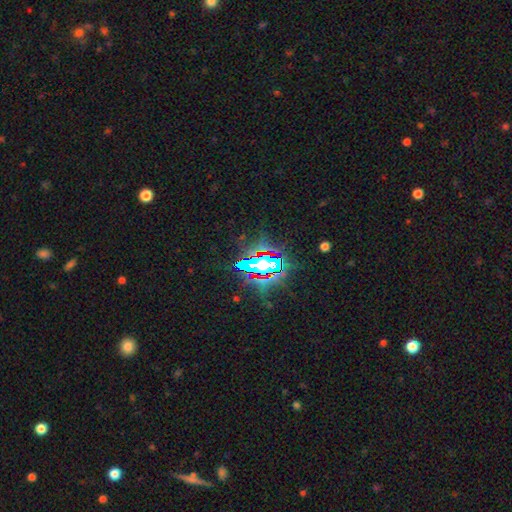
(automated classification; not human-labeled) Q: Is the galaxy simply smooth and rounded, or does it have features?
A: star or artifact — 84%.